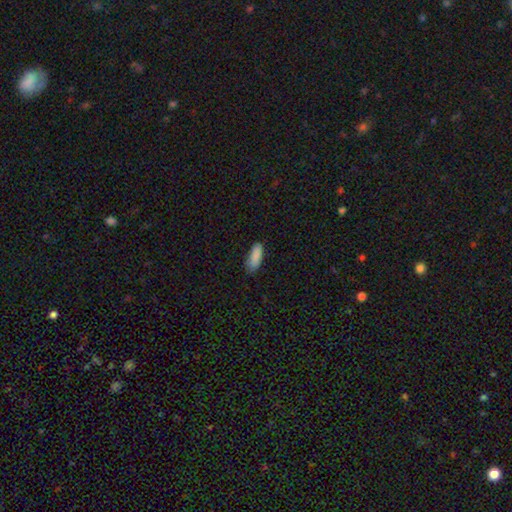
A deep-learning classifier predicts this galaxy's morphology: smooth 88%, star or artifact 7%, featured or disk 5%. Down the decision tree: how rounded — in between (68%); merging — none (72%).